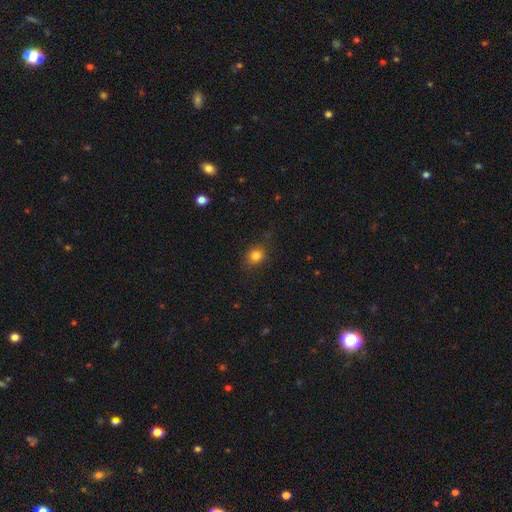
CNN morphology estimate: This is clearly a smooth galaxy (81%). How rounded: likely round (61%). Merging: likely none (79%).